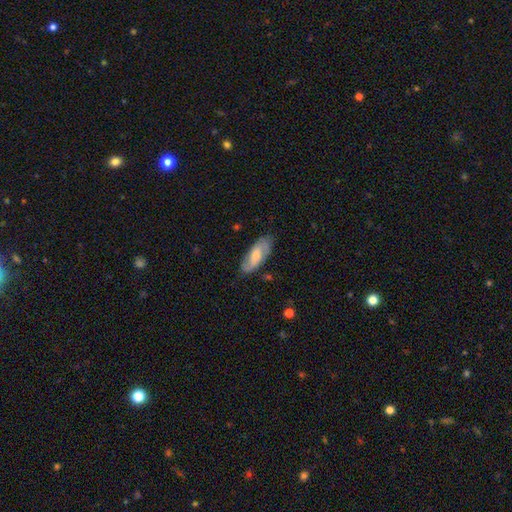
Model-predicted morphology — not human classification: Q: Smooth or featured?
A: featured or disk (52%); runner-up: smooth (42%)
Q: Edge-on disk?
A: no (88%); runner-up: yes (12%)
Q: Merging?
A: none (79%); runner-up: minor disturbance (16%)